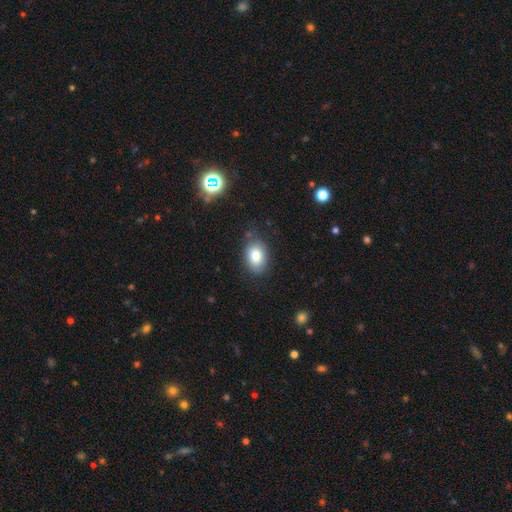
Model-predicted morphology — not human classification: Smooth or featured: smooth — 82% (featured or disk — 10%)
How rounded: in between — 81% (round — 18%)
Merging: none — 76% (minor disturbance — 17%)